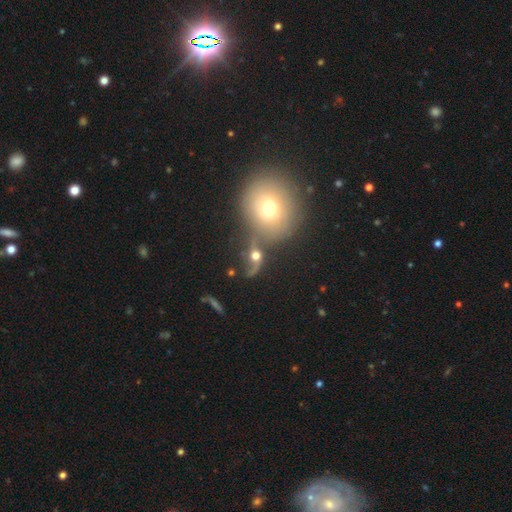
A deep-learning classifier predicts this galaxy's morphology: Smooth or featured?
  - featured or disk: 55% *
  - smooth: 31%
  - star or artifact: 14%
Edge-on disk?
  - no: 94% *
  - yes: 6%
Bar?
  - no: 70% *
  - weak: 23%
  - strong: 7%
Spiral arms?
  - yes: 78% *
  - no: 22%
Bulge size?
  - moderate: 51% *
  - large: 28%
  - small: 12%
  - dominant: 5%
  - none: 3%
Merging?
  - merger: 42% *
  - none: 31%
  - major disturbance: 15%
  - minor disturbance: 12%